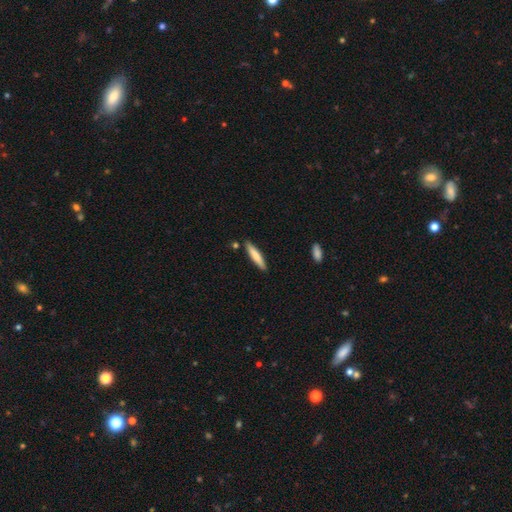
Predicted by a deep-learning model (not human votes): A smooth galaxy with no disk features (75%) that is cigar-shaped (88%).

Vote fractions:
- Smooth or featured? smooth: 75% / featured or disk: 19% / star or artifact: 5%
- How rounded? cigar-shaped: 88% / in between: 11% / round: 1%
- Merging? none: 87% / minor disturbance: 9% / merger: 3% / major disturbance: 2%